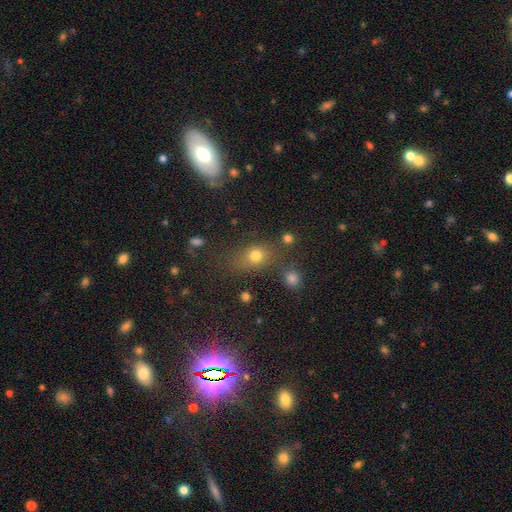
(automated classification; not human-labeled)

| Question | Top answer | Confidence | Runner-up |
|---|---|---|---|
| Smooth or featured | smooth | 73% | star or artifact (17%) |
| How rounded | in between | 49% | round (48%) |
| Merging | none | 65% | minor disturbance (15%) |